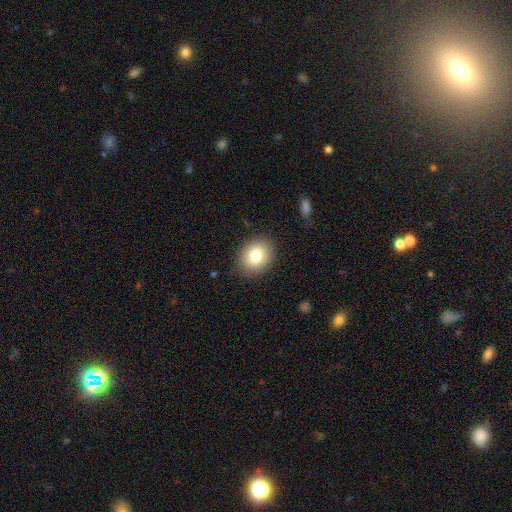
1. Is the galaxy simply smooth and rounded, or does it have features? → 95% smooth, 3% featured or disk, 3% star or artifact.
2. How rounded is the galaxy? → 53% round, 47% in between, 0% cigar-shaped.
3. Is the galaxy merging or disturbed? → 76% none, 14% minor disturbance, 11% major disturbance, 0% merger.